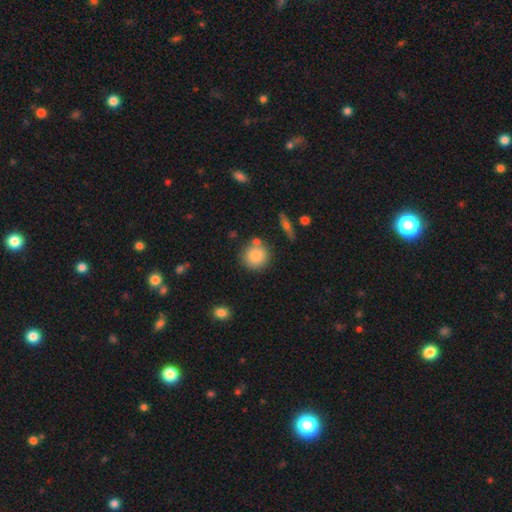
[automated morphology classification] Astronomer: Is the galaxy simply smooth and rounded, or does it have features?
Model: smooth — 83%.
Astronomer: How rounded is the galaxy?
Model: round — 91%.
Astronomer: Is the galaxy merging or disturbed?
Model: none — 77%.